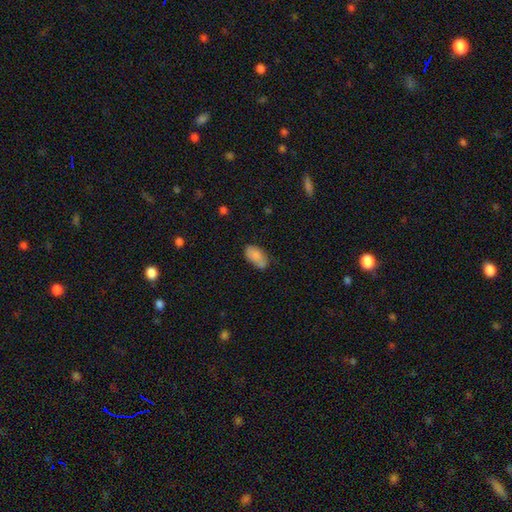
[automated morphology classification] smooth-or-featured: smooth: 82% | featured or disk: 10% | star or artifact: 8%
  how-rounded: in between: 93% | round: 4% | cigar-shaped: 3%
  merging: none: 56% | minor disturbance: 28% | merger: 8% | major disturbance: 7%